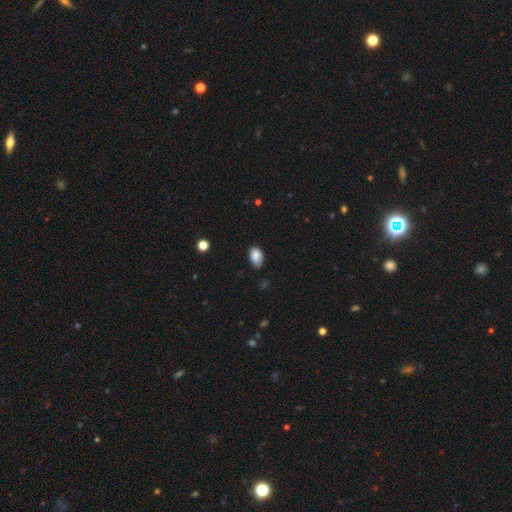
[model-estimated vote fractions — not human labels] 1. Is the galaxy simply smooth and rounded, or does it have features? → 86% smooth, 8% star or artifact, 6% featured or disk.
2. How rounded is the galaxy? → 90% in between, 8% round, 1% cigar-shaped.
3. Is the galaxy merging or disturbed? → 70% none, 25% minor disturbance, 4% major disturbance, 1% merger.